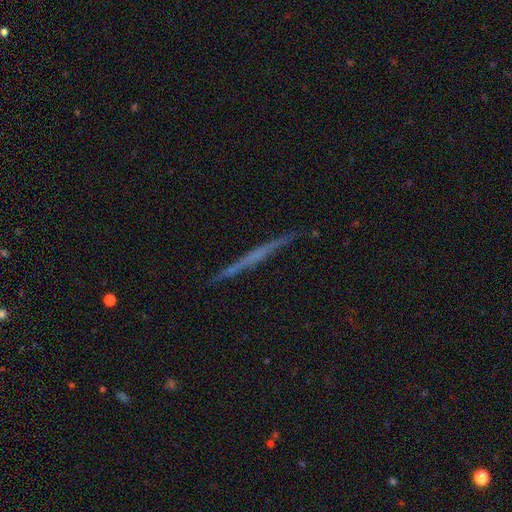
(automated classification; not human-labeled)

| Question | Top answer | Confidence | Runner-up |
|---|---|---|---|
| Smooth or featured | featured or disk | 59% | smooth (34%) |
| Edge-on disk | yes | 97% | no (3%) |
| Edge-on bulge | none | 87% | rounded (8%) |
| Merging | none | 90% | minor disturbance (7%) |